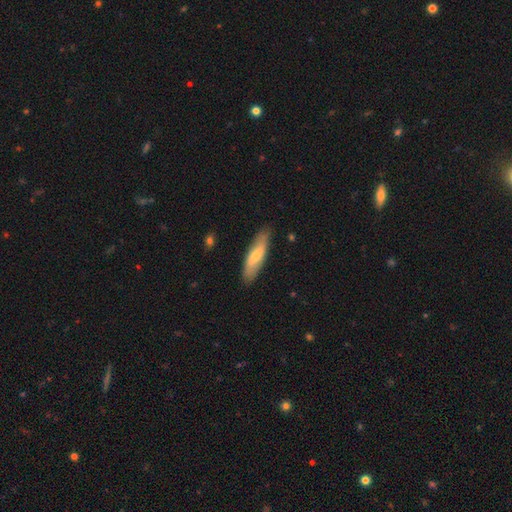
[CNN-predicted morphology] Q: Smooth or featured?
A: smooth (64%); runner-up: featured or disk (31%)
Q: How rounded?
A: cigar-shaped (63%); runner-up: in between (35%)
Q: Merging?
A: none (83%); runner-up: minor disturbance (14%)